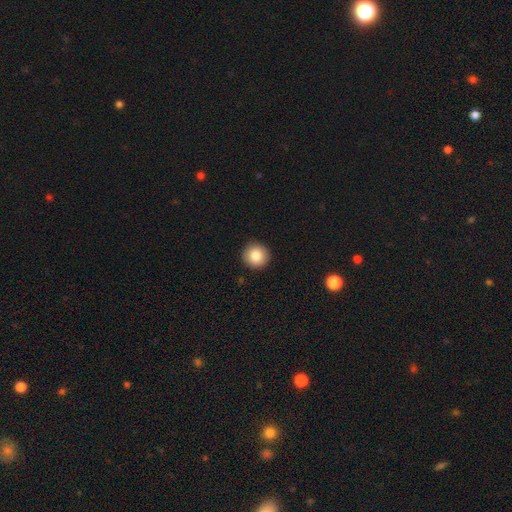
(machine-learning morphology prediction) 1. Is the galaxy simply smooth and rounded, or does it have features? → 85% smooth, 9% star or artifact, 6% featured or disk.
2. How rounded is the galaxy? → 95% round, 4% in between, 1% cigar-shaped.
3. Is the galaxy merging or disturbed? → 92% none, 6% minor disturbance, 2% major disturbance, 1% merger.